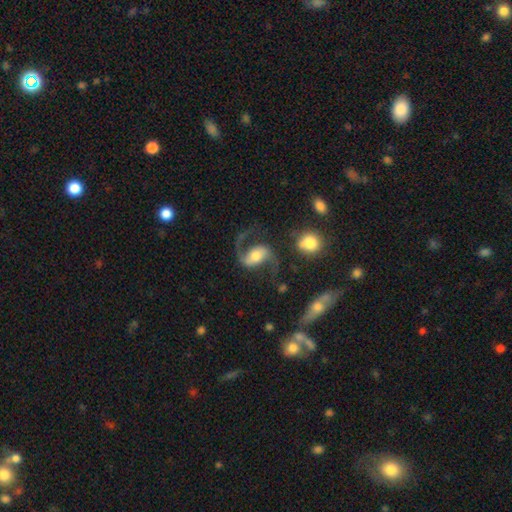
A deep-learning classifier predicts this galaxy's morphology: Q: Smooth or featured?
A: featured or disk (84%); runner-up: smooth (10%)
Q: Edge-on disk?
A: no (97%); runner-up: yes (3%)
Q: Bar?
A: weak (39%); runner-up: strong (31%)
Q: Spiral arms?
A: yes (96%); runner-up: no (4%)
Q: Spiral winding?
A: loose (60%); runner-up: medium (34%)
Q: Spiral arm count?
A: 2 (89%); runner-up: 1 (6%)
Q: Bulge size?
A: moderate (60%); runner-up: large (18%)
Q: Merging?
A: none (63%); runner-up: major disturbance (17%)